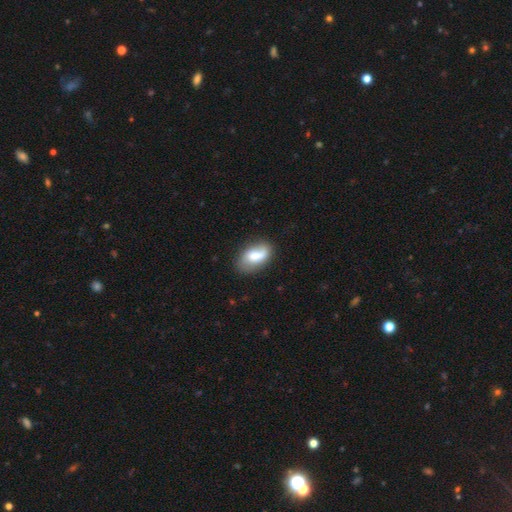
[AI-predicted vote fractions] Smooth or featured? smooth (62%)
How rounded? in between (91%)
Merging? none (67%)